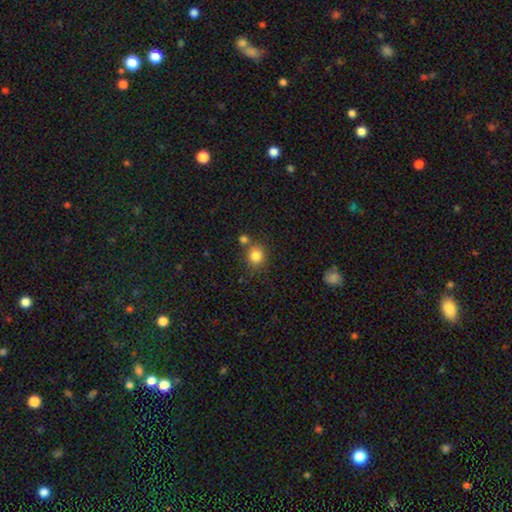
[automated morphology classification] Q: Smooth or featured?
A: smooth (84%); runner-up: star or artifact (11%)
Q: How rounded?
A: round (84%); runner-up: in between (16%)
Q: Merging?
A: none (69%); runner-up: merger (16%)